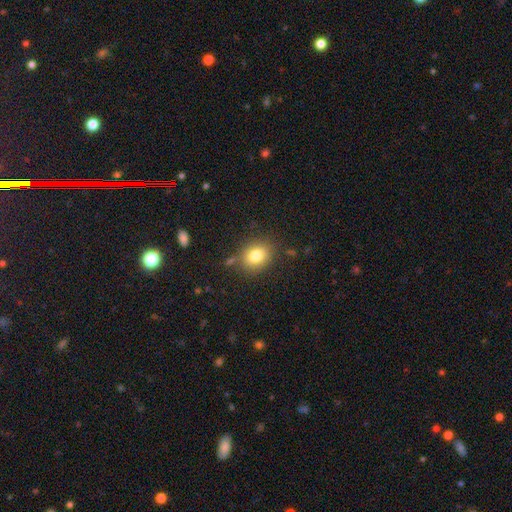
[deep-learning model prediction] Smooth or featured? smooth (80%)
How rounded? round (52%)
Merging? none (80%)